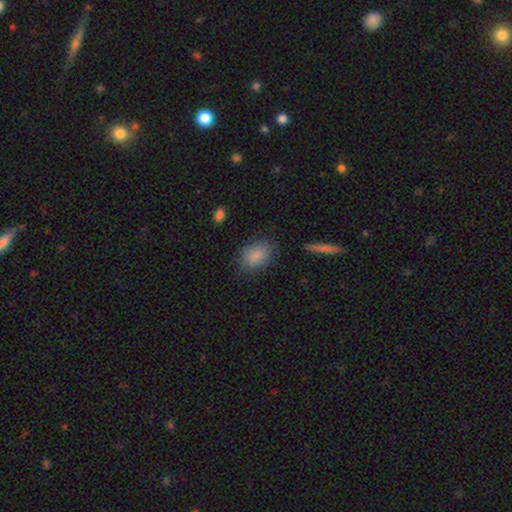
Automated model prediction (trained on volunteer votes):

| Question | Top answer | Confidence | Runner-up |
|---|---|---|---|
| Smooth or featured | smooth | 87% | star or artifact (8%) |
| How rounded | in between | 76% | round (22%) |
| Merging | none | 79% | minor disturbance (15%) |